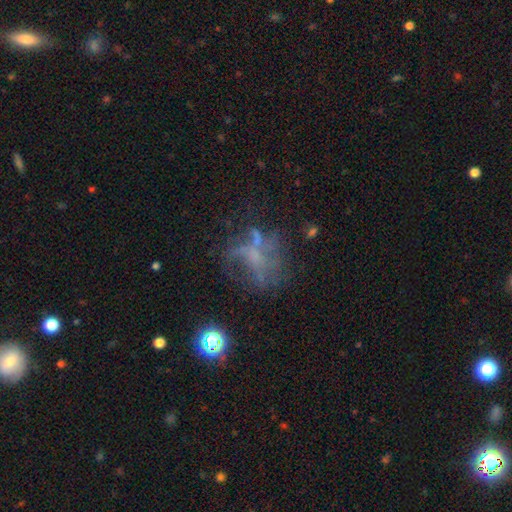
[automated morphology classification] Smooth or featured: featured or disk — 51% (star or artifact — 26%)
Edge-on disk: no — 97% (yes — 3%)
Merging: none — 44% (major disturbance — 31%)